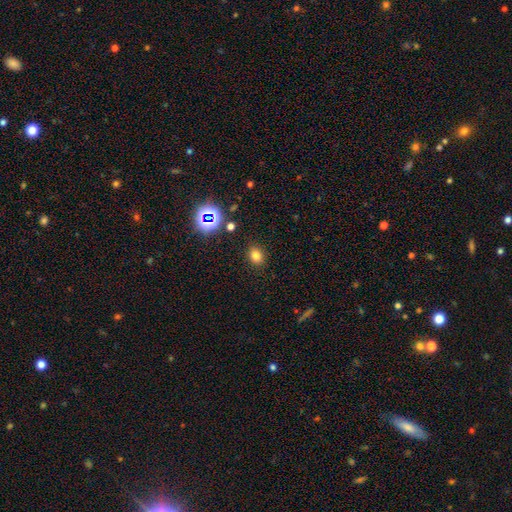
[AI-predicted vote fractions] Smooth or featured: smooth — 76% (star or artifact — 17%)
How rounded: in between — 55% (round — 44%)
Merging: none — 87% (minor disturbance — 8%)